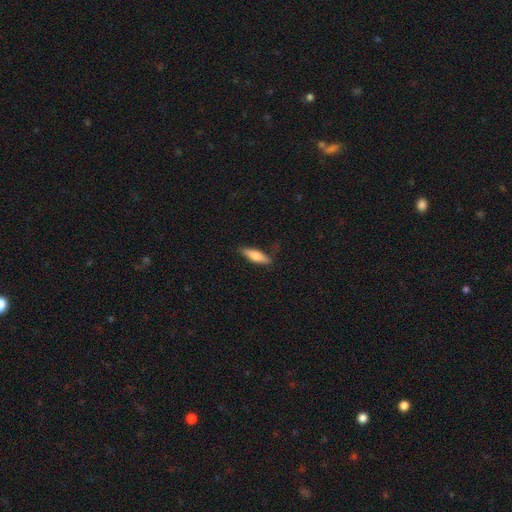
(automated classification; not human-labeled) Q: Smooth or featured?
A: smooth (66%); runner-up: featured or disk (28%)
Q: How rounded?
A: cigar-shaped (61%); runner-up: in between (37%)
Q: Merging?
A: none (76%); runner-up: minor disturbance (19%)